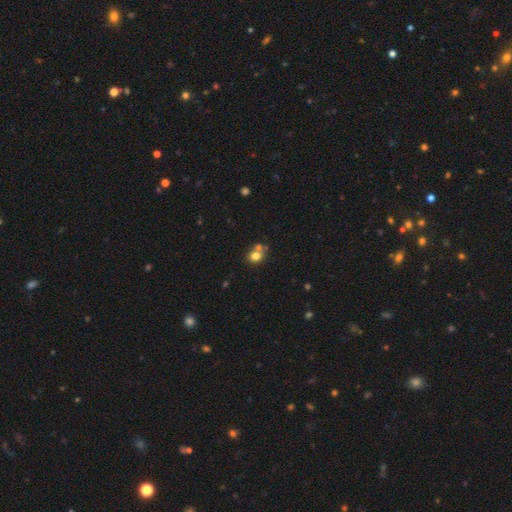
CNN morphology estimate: smooth-or-featured: smooth: 76% | star or artifact: 12% | featured or disk: 11%
  how-rounded: round: 68% | in between: 31% | cigar-shaped: 1%
  merging: none: 49% | merger: 36% | minor disturbance: 11% | major disturbance: 4%